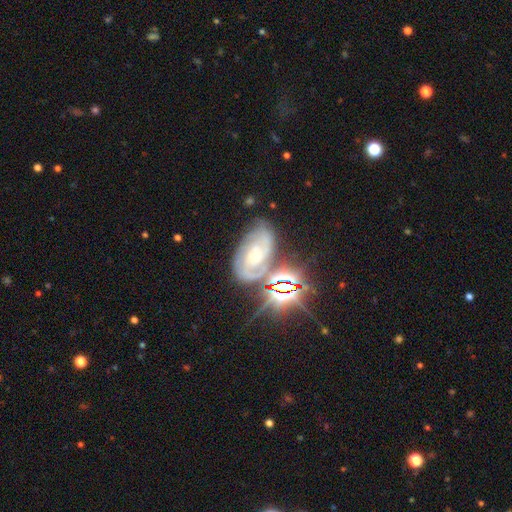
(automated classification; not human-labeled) smooth-or-featured: featured or disk: 68% | star or artifact: 22% | smooth: 10%
  disk-edge-on: no: 96% | yes: 4%
    bar: no: 65% | weak: 26% | strong: 9%
    has-spiral-arms: yes: 94% | no: 6%
      spiral-winding: tight: 61% | medium: 32% | loose: 7%
      spiral-arm-count: 2: 37% | can't tell: 25% | 3: 22% | 4: 6% | 1: 5% | more than 4: 4%
    bulge-size: small: 67% | moderate: 28% | none: 2% | large: 2% | dominant: 1%
  merging: none: 60% | minor disturbance: 22% | major disturbance: 10% | merger: 8%